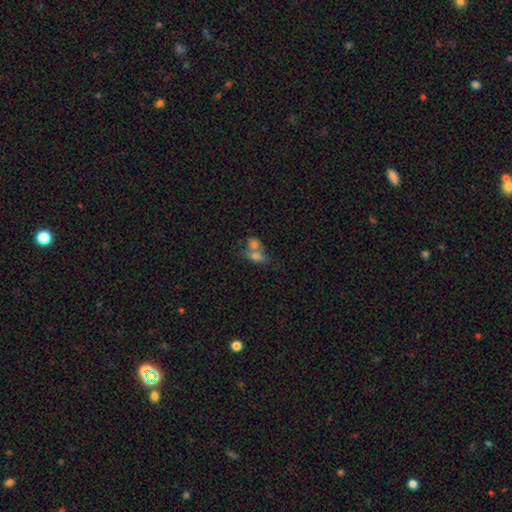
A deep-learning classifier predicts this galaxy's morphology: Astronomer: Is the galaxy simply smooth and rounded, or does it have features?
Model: smooth — 70%.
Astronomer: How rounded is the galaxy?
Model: in between — 73%.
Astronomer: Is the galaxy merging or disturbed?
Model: merger — 62%.